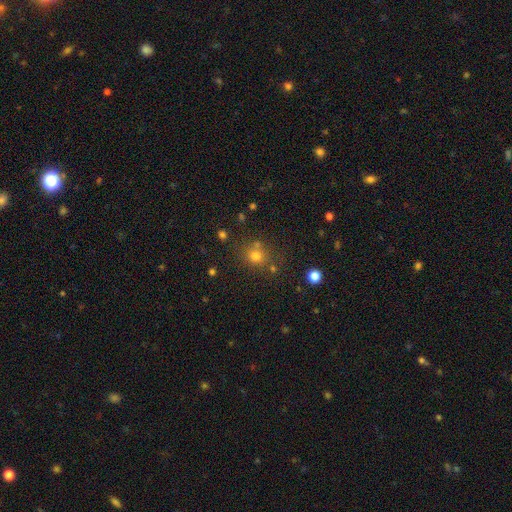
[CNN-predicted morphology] Q: Smooth or featured?
A: smooth (72%); runner-up: star or artifact (20%)
Q: How rounded?
A: round (83%); runner-up: in between (16%)
Q: Merging?
A: none (72%); runner-up: merger (13%)